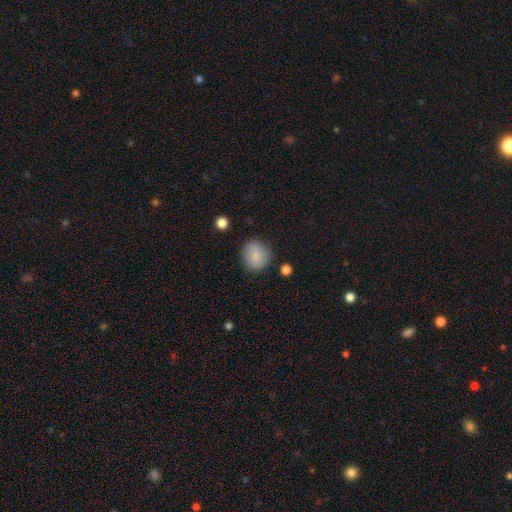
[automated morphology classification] Q: Smooth or featured?
A: smooth (84%); runner-up: star or artifact (9%)
Q: How rounded?
A: round (83%); runner-up: in between (16%)
Q: Merging?
A: none (82%); runner-up: minor disturbance (12%)